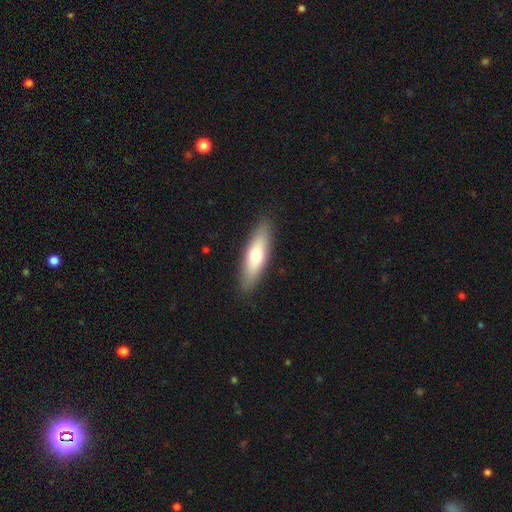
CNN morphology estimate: Smooth or featured: smooth — 66% (featured or disk — 28%)
How rounded: cigar-shaped — 57% (in between — 41%)
Merging: none — 89% (minor disturbance — 8%)